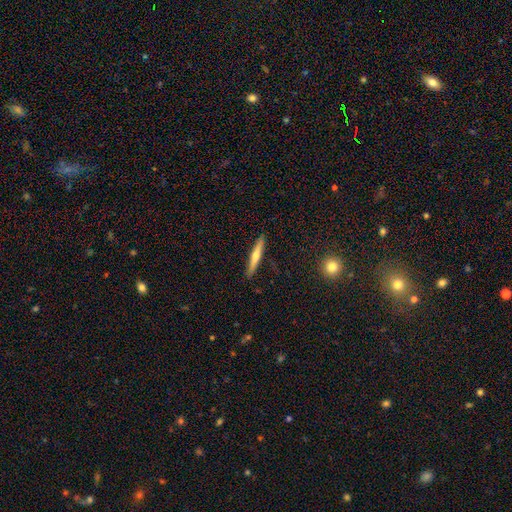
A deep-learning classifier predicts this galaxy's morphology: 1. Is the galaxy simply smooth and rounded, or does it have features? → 49% smooth, 45% featured or disk, 6% star or artifact.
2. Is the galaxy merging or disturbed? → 90% none, 8% minor disturbance, 2% major disturbance, 1% merger.